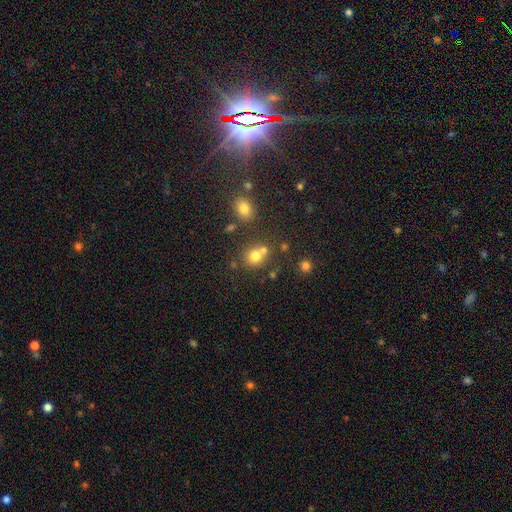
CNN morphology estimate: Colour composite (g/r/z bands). It shows a smooth galaxy with no disk features (75%) that is round (79%). Merging: none (54%).